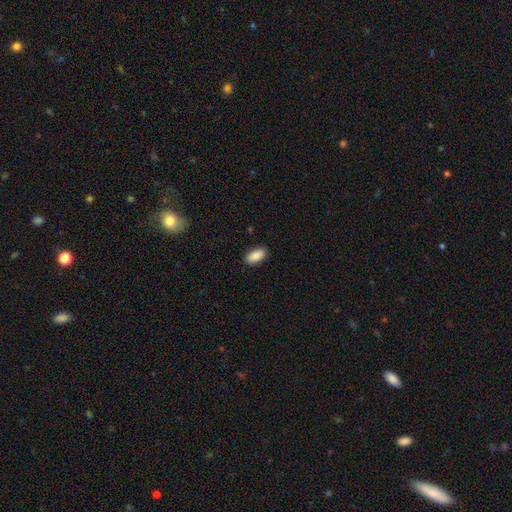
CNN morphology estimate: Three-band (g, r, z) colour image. It shows a smooth galaxy with no disk features (88%) that is in between round and cigar-shaped (91%). Merging: none (88%).